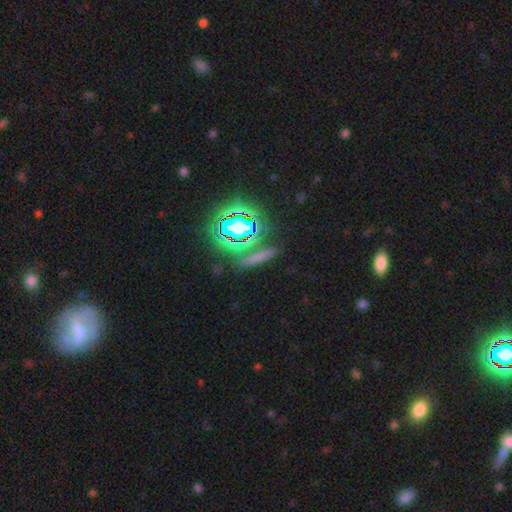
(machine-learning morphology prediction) This is marginally a smooth galaxy (43%). Merging: likely none (77%).